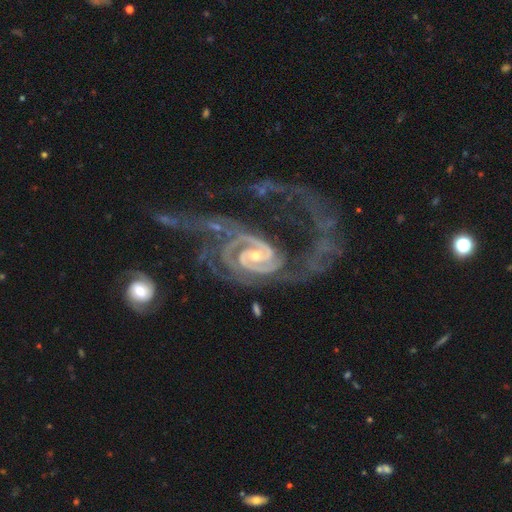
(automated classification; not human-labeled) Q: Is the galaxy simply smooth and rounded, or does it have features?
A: featured or disk — 93%.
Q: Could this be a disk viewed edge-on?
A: no — 98%.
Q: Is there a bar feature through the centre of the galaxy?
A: no — 42%.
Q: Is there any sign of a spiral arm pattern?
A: yes — 98%.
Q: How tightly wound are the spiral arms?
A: tight — 57%.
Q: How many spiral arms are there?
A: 2 — 60%.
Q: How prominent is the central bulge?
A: moderate — 53%.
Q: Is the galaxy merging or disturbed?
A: major disturbance — 42%.